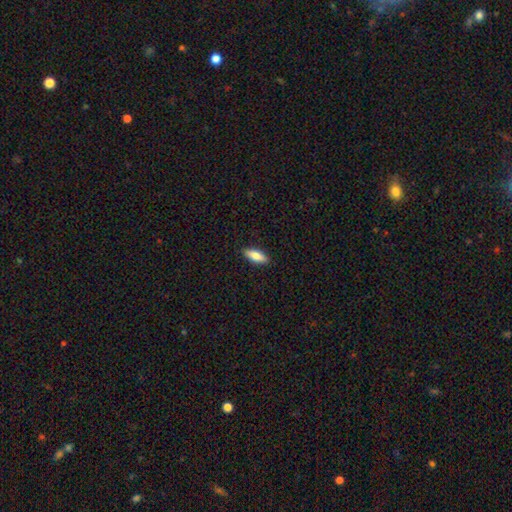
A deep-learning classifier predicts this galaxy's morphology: smooth_or_featured: smooth (p=0.80) [alt: featured or disk p=0.14]
how_rounded: in between (p=0.68) [alt: cigar-shaped p=0.30]
merging: none (p=0.89) [alt: minor disturbance p=0.08]